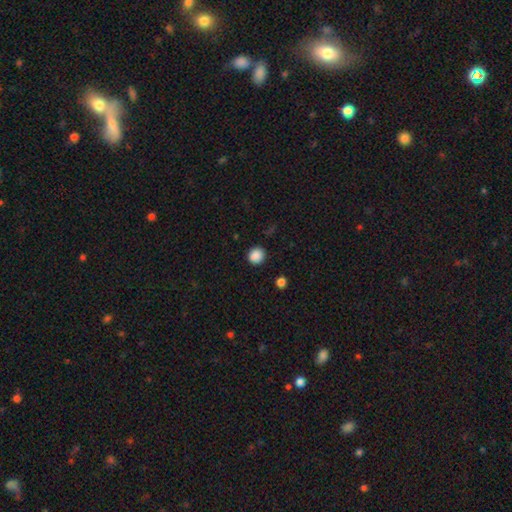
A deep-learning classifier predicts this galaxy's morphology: Smooth or featured?
  - smooth: 87% *
  - star or artifact: 10%
  - featured or disk: 3%
How rounded?
  - round: 88% *
  - in between: 11%
  - cigar-shaped: 1%
Merging?
  - none: 89% *
  - minor disturbance: 7%
  - major disturbance: 2%
  - merger: 1%